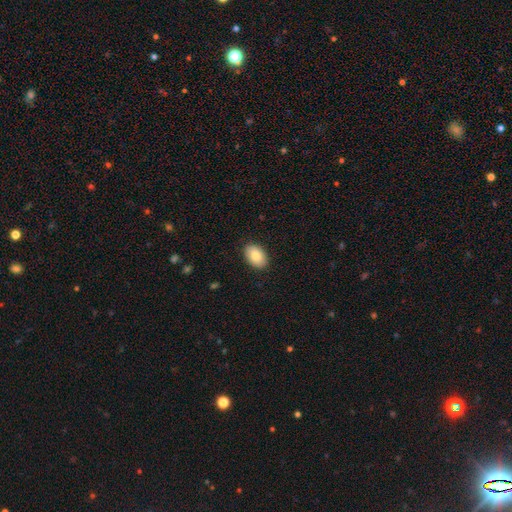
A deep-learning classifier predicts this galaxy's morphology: This appears to be a smooth galaxy with no disk features (86%) that is in between round and cigar-shaped (87%). Merging: none (89%).